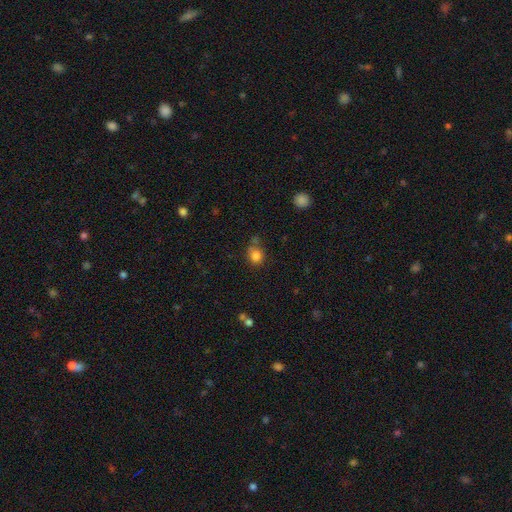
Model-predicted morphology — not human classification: This is clearly a smooth galaxy (82%). How rounded: likely round (75%). Merging: possibly none (59%).